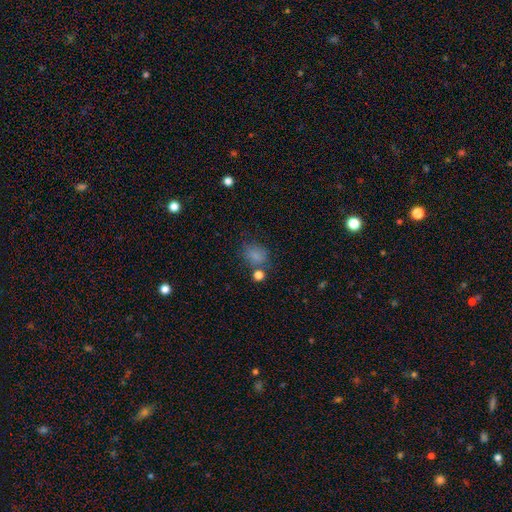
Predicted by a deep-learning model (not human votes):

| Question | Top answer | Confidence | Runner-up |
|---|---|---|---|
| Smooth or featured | smooth | 79% | star or artifact (14%) |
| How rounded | round | 52% | in between (47%) |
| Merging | none | 62% | minor disturbance (19%) |